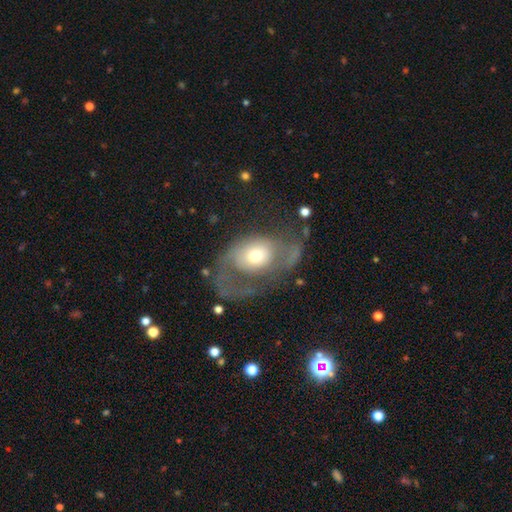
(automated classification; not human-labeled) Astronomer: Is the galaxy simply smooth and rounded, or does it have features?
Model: featured or disk — 53% (runner-up: smooth, 39%).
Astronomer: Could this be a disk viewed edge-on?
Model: no — 94%.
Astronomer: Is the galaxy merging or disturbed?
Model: major disturbance — 56%.